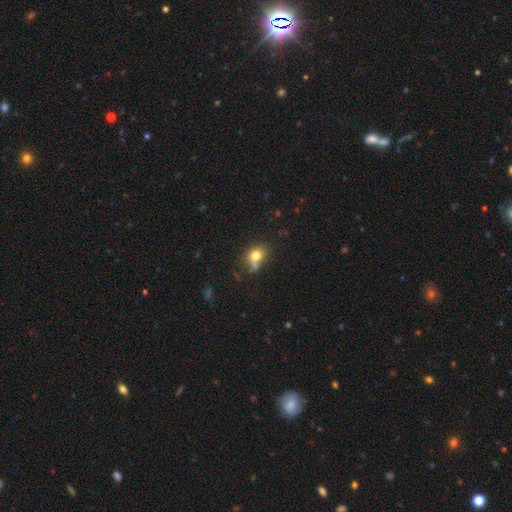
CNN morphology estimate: This appears to be a smooth galaxy with no disk features (76%) that is round (55%). Merging: none (49%).